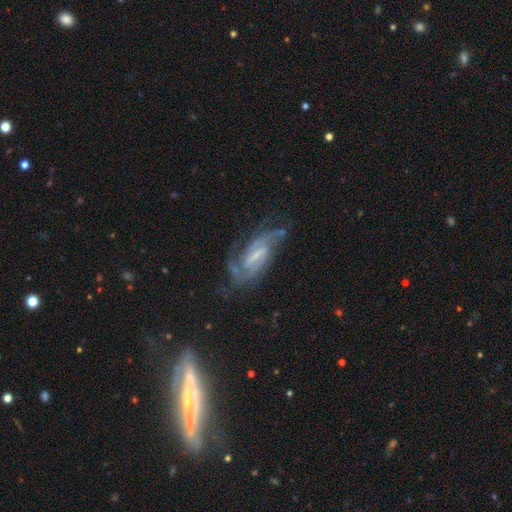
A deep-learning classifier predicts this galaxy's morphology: Q: Smooth or featured?
A: featured or disk (85%); runner-up: smooth (8%)
Q: Edge-on disk?
A: no (94%); runner-up: yes (6%)
Q: Bar?
A: weak (46%); runner-up: strong (35%)
Q: Spiral arms?
A: yes (96%); runner-up: no (4%)
Q: Spiral winding?
A: medium (48%); runner-up: tight (37%)
Q: Spiral arm count?
A: 2 (59%); runner-up: 3 (16%)
Q: Bulge size?
A: small (49%); runner-up: moderate (24%)
Q: Merging?
A: none (64%); runner-up: minor disturbance (20%)